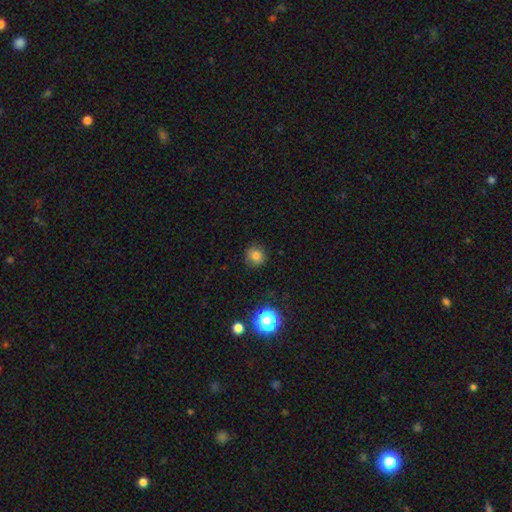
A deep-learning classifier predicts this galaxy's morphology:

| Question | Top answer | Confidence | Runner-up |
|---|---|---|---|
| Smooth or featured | smooth | 78% | star or artifact (14%) |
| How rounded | round | 91% | in between (8%) |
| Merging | none | 88% | minor disturbance (8%) |